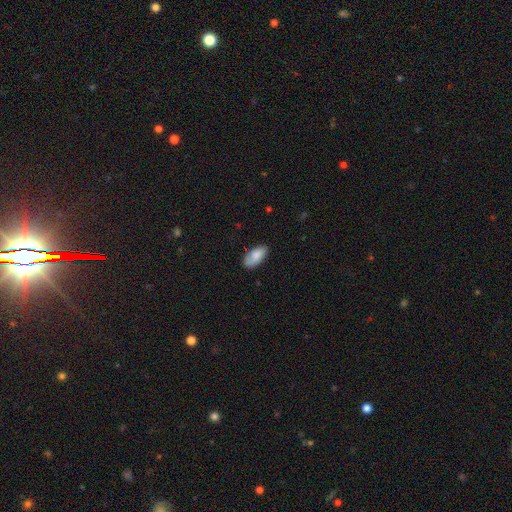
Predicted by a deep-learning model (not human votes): Overall: smooth (80%). How rounded: in between (93%). Merging: none (73%).